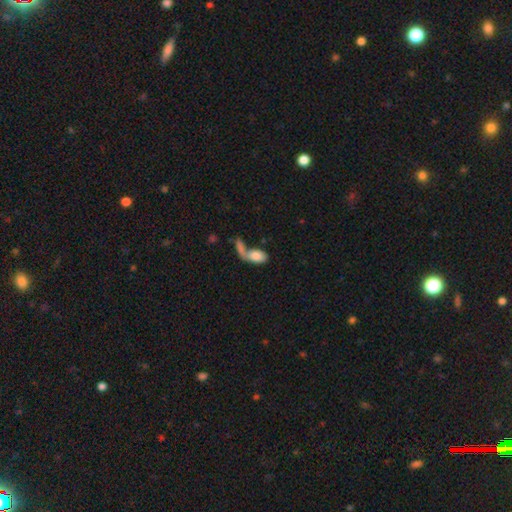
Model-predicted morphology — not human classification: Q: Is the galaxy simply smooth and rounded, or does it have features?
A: smooth — 77%.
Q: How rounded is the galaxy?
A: in between — 89%.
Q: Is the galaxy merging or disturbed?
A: merger — 52%.